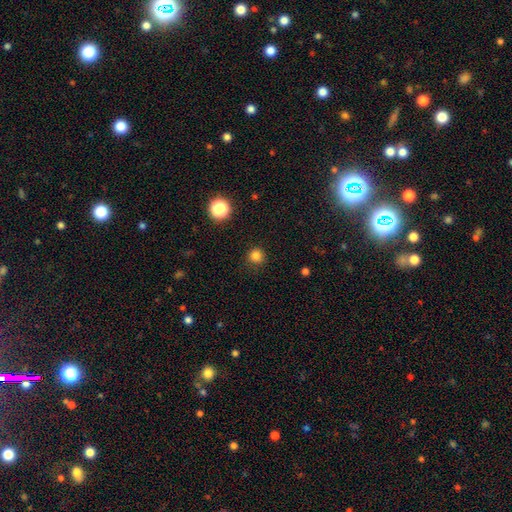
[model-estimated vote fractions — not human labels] This appears to be a smooth galaxy with no disk features (81%) that is round (93%). Merging: none (87%).